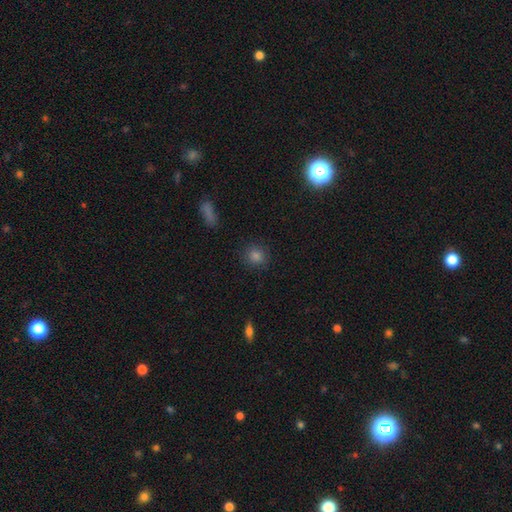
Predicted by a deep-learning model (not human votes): smooth 80%, star or artifact 14%, featured or disk 6%. Down the decision tree: how rounded — round (88%); merging — none (90%).